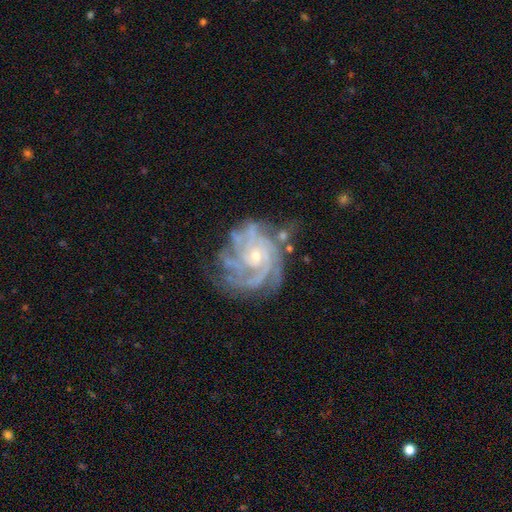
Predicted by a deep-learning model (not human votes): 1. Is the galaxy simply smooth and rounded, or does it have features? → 89% featured or disk, 6% star or artifact, 4% smooth.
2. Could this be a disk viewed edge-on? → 98% no, 2% yes.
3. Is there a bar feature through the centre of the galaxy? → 73% no, 22% weak, 5% strong.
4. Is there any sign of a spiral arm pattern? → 97% yes, 3% no.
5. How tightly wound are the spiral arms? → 65% tight, 30% medium, 5% loose.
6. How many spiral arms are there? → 30% 4, 25% 3, 18% can't tell, 11% more than 4, 10% 2, 6% 1.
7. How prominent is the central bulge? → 71% small, 26% moderate, 2% none, 1% large, 1% dominant.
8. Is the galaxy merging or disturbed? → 62% none, 22% minor disturbance, 13% major disturbance, 3% merger.